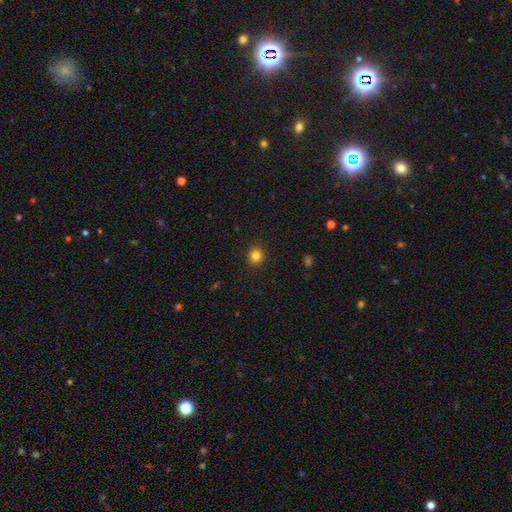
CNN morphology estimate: Smooth or featured?
  - smooth: 84% *
  - star or artifact: 12%
  - featured or disk: 4%
How rounded?
  - round: 83% *
  - in between: 16%
  - cigar-shaped: 1%
Merging?
  - none: 91% *
  - minor disturbance: 6%
  - major disturbance: 2%
  - merger: 1%